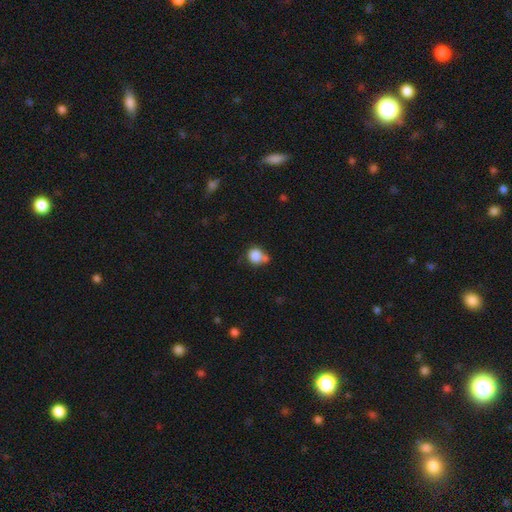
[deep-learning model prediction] Q: Smooth or featured?
A: smooth (84%); runner-up: star or artifact (10%)
Q: How rounded?
A: round (81%); runner-up: in between (18%)
Q: Merging?
A: none (48%); runner-up: merger (26%)